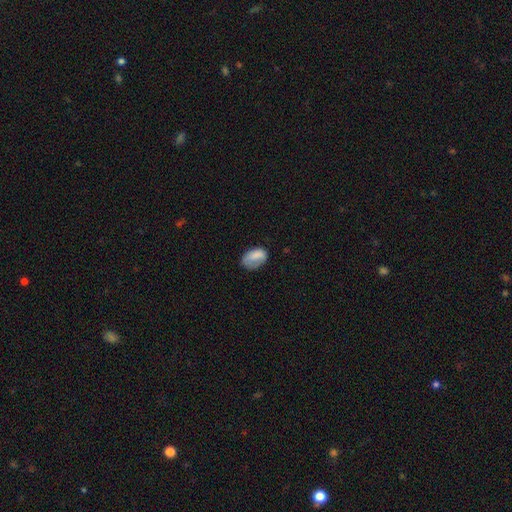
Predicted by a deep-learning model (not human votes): Overall: smooth (79%). How rounded: in between (88%). Merging: none (48%; minor disturbance 33%).